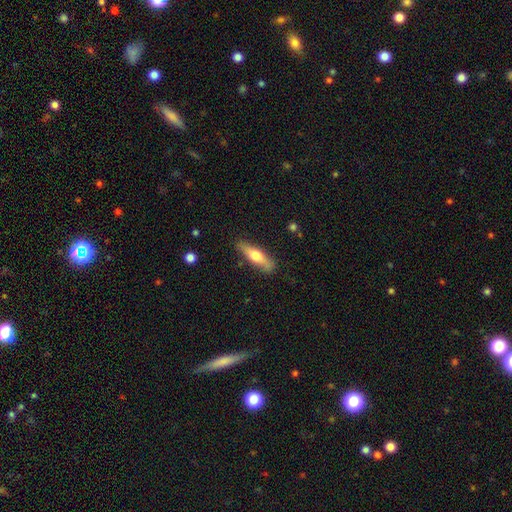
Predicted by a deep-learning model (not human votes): The model was most divided on "smooth or featured": smooth: 52%, featured or disk: 43%, star or artifact: 6%. More confident: merging — none (83%); how rounded — cigar-shaped (68%).